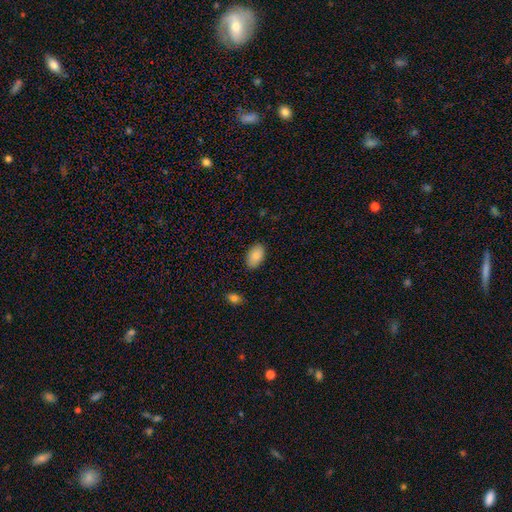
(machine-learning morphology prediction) Smooth or featured?
  - smooth: 88% *
  - star or artifact: 7%
  - featured or disk: 5%
How rounded?
  - in between: 94% *
  - round: 5%
  - cigar-shaped: 1%
Merging?
  - none: 87% *
  - minor disturbance: 10%
  - major disturbance: 2%
  - merger: 1%